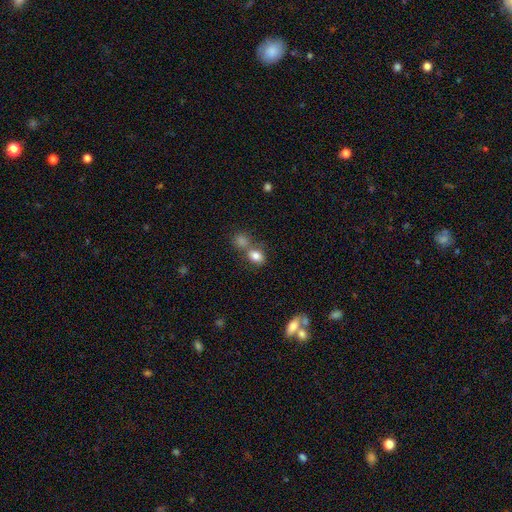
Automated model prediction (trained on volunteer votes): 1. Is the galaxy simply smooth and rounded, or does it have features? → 82% smooth, 10% star or artifact, 8% featured or disk.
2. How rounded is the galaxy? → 64% in between, 35% round, 2% cigar-shaped.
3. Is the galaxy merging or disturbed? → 43% merger (tied), 43% none (tied), 10% minor disturbance, 4% major disturbance.